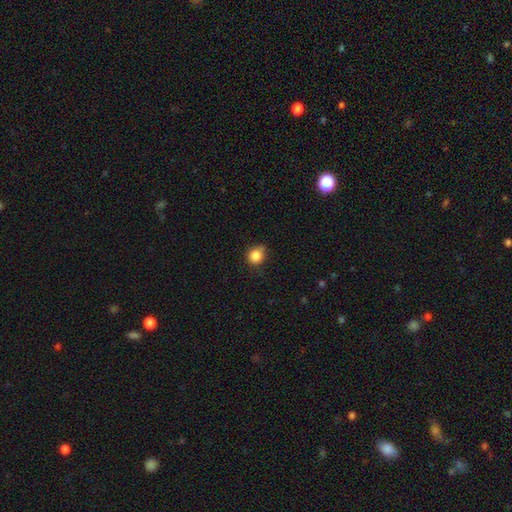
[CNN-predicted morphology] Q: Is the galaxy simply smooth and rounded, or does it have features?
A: smooth — 84%.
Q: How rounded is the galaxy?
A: round — 80%.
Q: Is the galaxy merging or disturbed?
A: none — 65%.